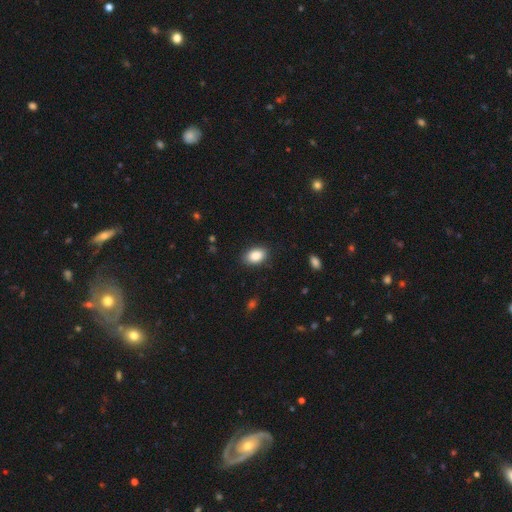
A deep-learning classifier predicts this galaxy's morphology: A smooth galaxy with no disk features (88%) that is in between round and cigar-shaped (88%). Merging: none (86%).